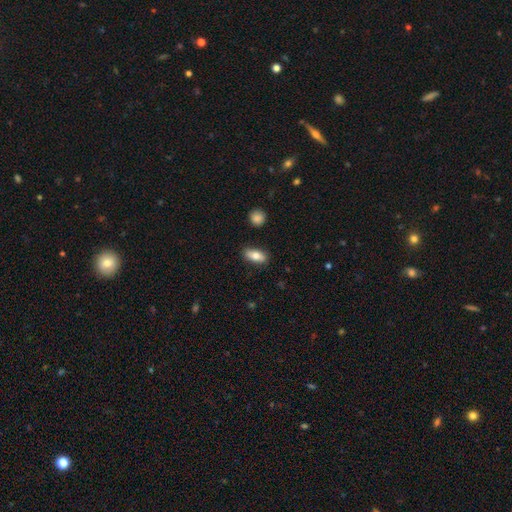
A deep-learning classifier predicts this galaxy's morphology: Smooth or featured?
  - smooth: 77% *
  - featured or disk: 16%
  - star or artifact: 7%
How rounded?
  - in between: 84% *
  - cigar-shaped: 12%
  - round: 4%
Merging?
  - none: 85% *
  - minor disturbance: 11%
  - major disturbance: 2%
  - merger: 2%